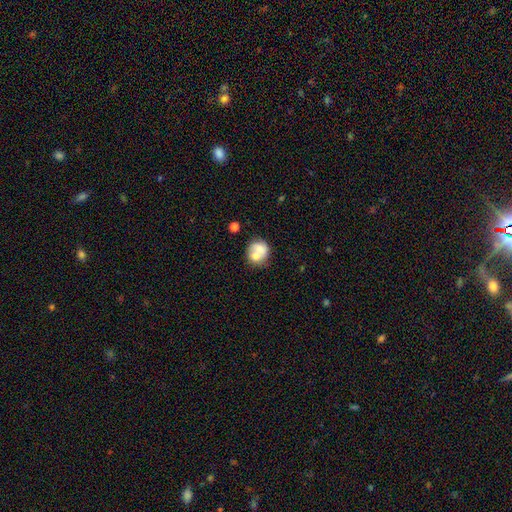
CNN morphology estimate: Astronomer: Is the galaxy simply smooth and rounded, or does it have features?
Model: smooth — 64%.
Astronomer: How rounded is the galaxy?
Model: round — 74%.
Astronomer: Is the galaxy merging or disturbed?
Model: merger — 56%.